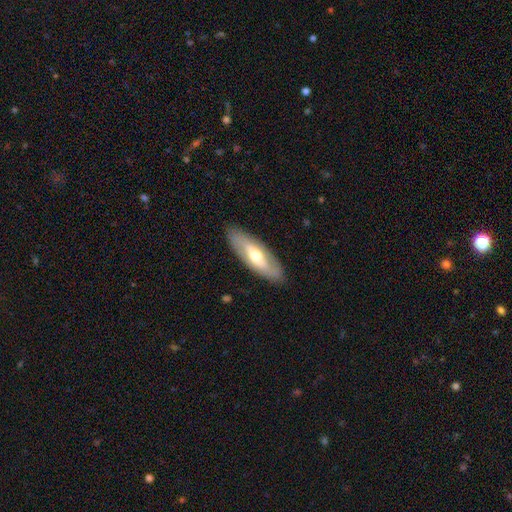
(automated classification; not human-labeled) The model was most divided on "smooth or featured": featured or disk: 49%, smooth: 45%, star or artifact: 5%. More confident: merging — none (86%).